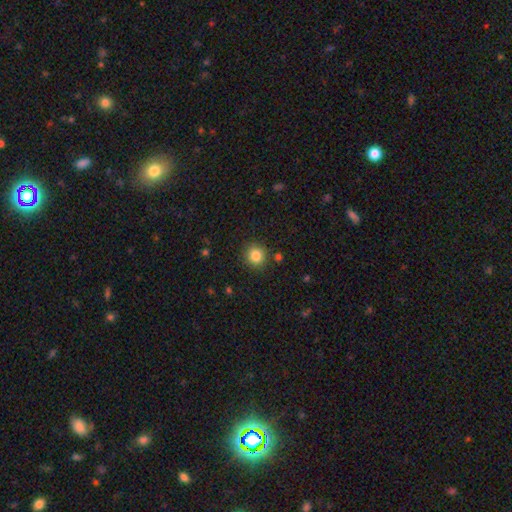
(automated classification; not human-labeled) smooth 85%, star or artifact 11%, featured or disk 5%. Down the decision tree: how rounded — round (91%); merging — none (87%).